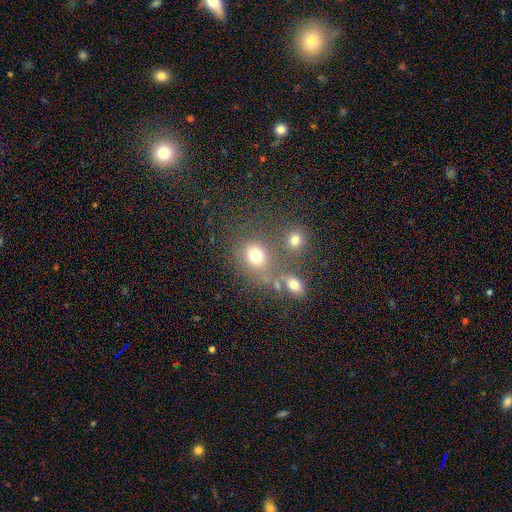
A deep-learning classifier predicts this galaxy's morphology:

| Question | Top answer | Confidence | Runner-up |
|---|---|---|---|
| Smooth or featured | smooth | 74% | star or artifact (16%) |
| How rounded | round | 69% | in between (29%) |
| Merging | none | 54% | merger (26%) |